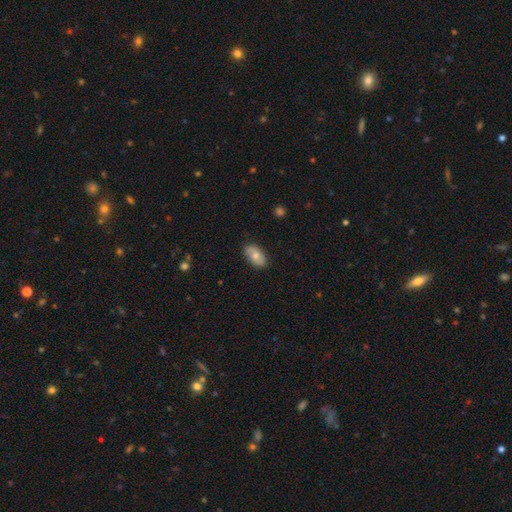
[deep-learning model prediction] Overall: smooth (70%). How rounded: in between (93%). Merging: none (84%).